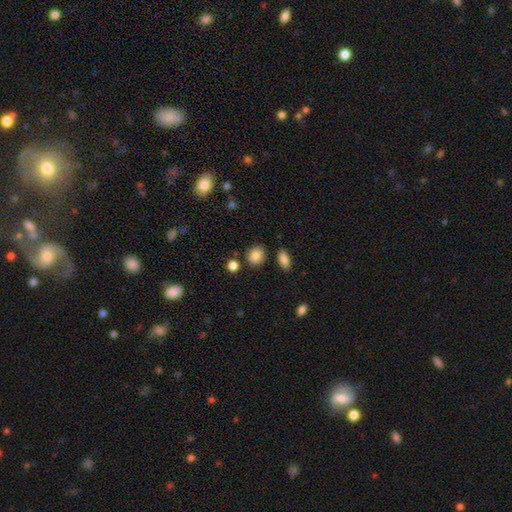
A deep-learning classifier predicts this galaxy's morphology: Smooth or featured: smooth — 86% (star or artifact — 9%)
How rounded: round — 73% (in between — 26%)
Merging: none — 82% (minor disturbance — 10%)